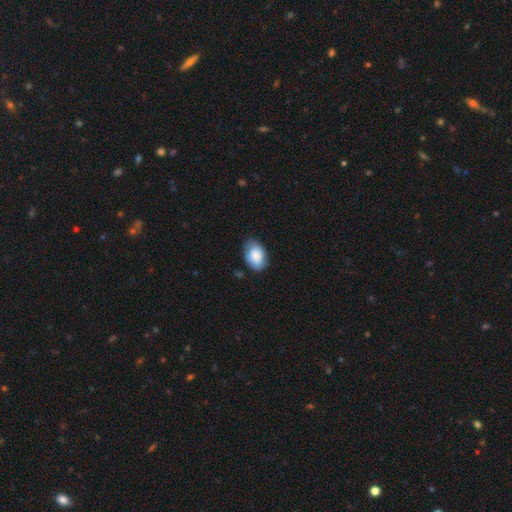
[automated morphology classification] A smooth galaxy with no disk features (83%) that is in between round and cigar-shaped (85%).

Vote fractions:
- Smooth or featured? smooth: 83% / featured or disk: 11% / star or artifact: 7%
- How rounded? in between: 85% / round: 14% / cigar-shaped: 1%
- Merging? none: 72% / minor disturbance: 23% / major disturbance: 4% / merger: 2%